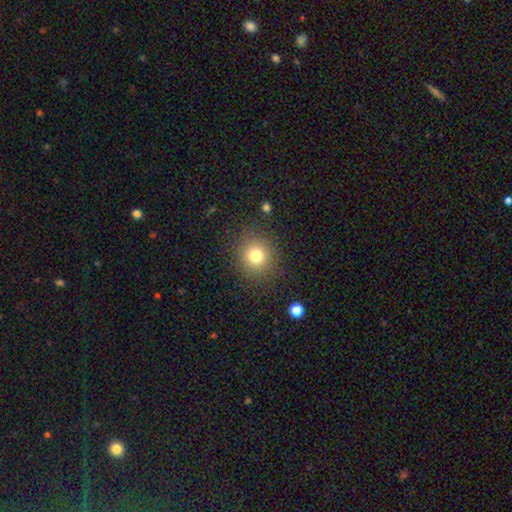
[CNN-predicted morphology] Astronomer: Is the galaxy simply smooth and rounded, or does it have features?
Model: smooth — 77%.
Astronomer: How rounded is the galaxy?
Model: round — 89%.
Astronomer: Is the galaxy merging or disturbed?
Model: none — 87%.